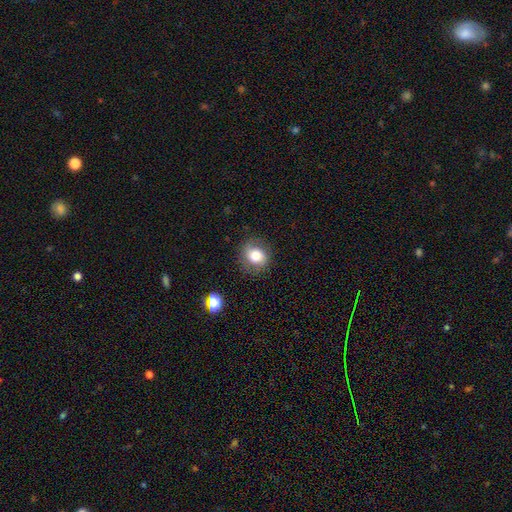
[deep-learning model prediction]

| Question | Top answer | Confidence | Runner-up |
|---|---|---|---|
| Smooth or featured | smooth | 73% | featured or disk (16%) |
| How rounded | round | 71% | in between (28%) |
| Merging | none | 77% | minor disturbance (17%) |